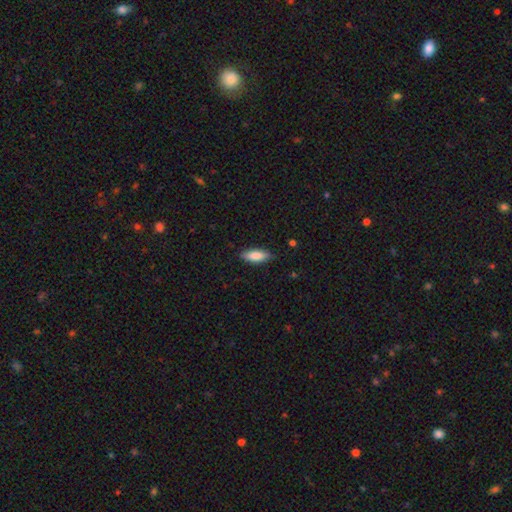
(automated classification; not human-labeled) smooth-or-featured: smooth: 82% | featured or disk: 12% | star or artifact: 6%
  how-rounded: in between: 67% | cigar-shaped: 31% | round: 2%
  merging: none: 84% | minor disturbance: 13% | major disturbance: 2% | merger: 1%